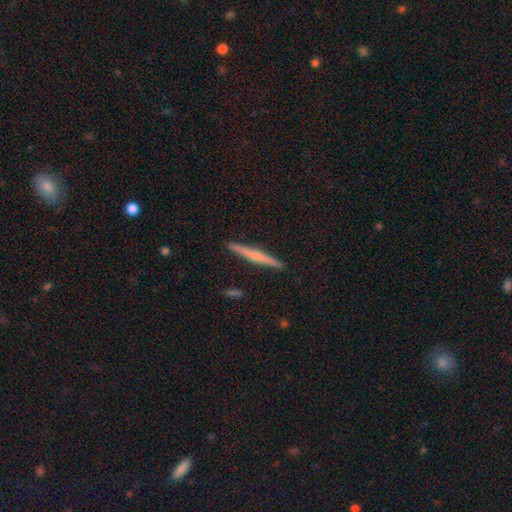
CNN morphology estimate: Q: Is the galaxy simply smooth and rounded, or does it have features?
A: featured or disk — 62%.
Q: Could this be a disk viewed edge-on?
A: yes — 98%.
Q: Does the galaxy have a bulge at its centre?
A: rounded — 64%.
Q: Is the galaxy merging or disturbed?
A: none — 92%.